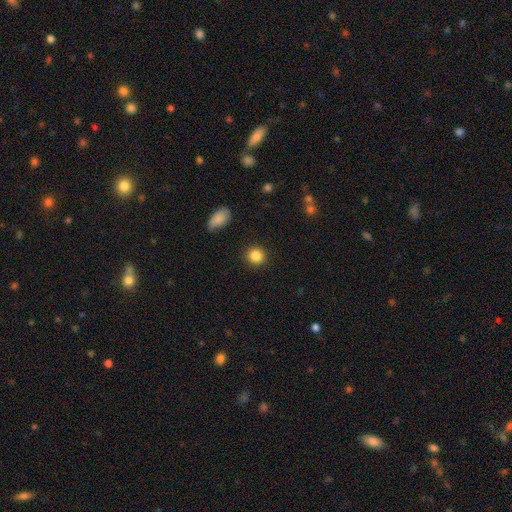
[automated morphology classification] A smooth galaxy with no disk features (86%) that is round (87%).

Vote fractions:
- Smooth or featured? smooth: 86% / star or artifact: 10% / featured or disk: 4%
- How rounded? round: 87% / in between: 12% / cigar-shaped: 1%
- Merging? none: 90% / minor disturbance: 7% / major disturbance: 2% / merger: 1%